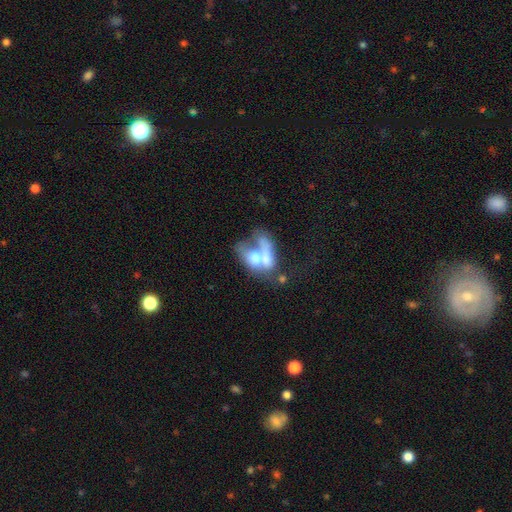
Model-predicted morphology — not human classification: Smooth or featured?
  - smooth: 48% *
  - featured or disk: 43%
  - star or artifact: 10%
Merging?
  - merger: 61% *
  - major disturbance: 21%
  - none: 11%
  - minor disturbance: 7%